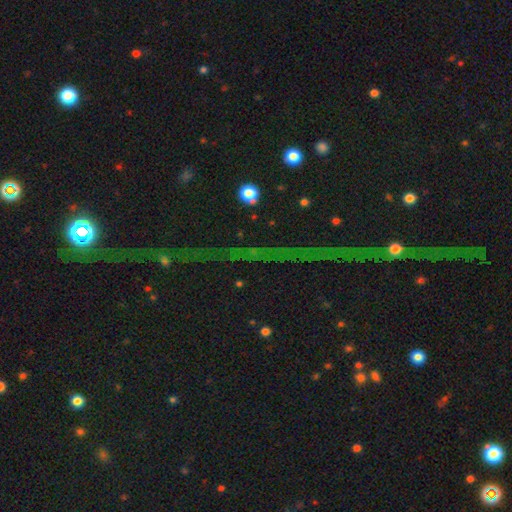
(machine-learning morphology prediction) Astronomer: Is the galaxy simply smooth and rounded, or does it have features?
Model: star or artifact — 75%.